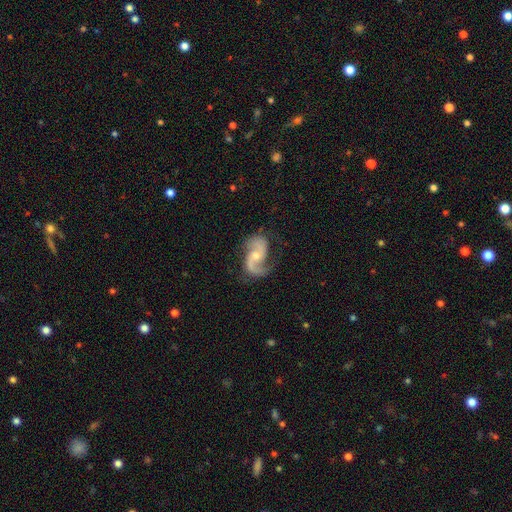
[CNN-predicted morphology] smooth-or-featured: featured or disk: 89% | smooth: 6% | star or artifact: 5%
  disk-edge-on: no: 98% | yes: 2%
    bar: no: 51% | weak: 39% | strong: 10%
    has-spiral-arms: yes: 97% | no: 3%
      spiral-winding: medium: 49% | loose: 40% | tight: 12%
      spiral-arm-count: 2: 89% | 1: 5% | can't tell: 2% | 3: 1% | 4: 1% | more than 4: 1%
    bulge-size: small: 47% | moderate: 45% | none: 5% | large: 2% | dominant: 1%
  merging: none: 69% | minor disturbance: 19% | major disturbance: 10% | merger: 2%